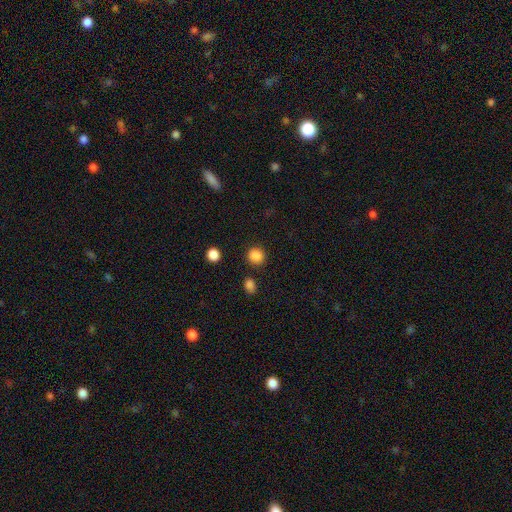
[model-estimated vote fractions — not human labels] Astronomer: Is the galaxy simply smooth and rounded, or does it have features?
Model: smooth — 86%.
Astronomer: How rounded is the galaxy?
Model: round — 88%.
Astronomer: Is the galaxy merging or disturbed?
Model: none — 87%.